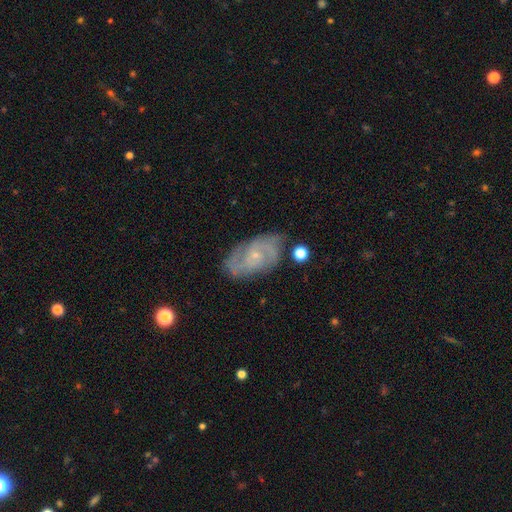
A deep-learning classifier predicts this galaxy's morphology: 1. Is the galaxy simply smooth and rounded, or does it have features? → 80% featured or disk, 13% smooth, 7% star or artifact.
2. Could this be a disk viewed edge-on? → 96% no, 4% yes.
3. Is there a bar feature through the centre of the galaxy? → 64% no, 31% weak, 5% strong.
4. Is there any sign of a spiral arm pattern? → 93% yes, 7% no.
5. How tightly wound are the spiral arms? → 45% medium, 42% tight, 13% loose.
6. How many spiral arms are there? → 62% 2, 18% can't tell, 11% 3, 3% 4, 3% 1, 3% more than 4.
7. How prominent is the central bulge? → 79% small, 15% moderate, 4% none, 1% large, 1% dominant.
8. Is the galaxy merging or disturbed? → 74% none, 18% minor disturbance, 6% major disturbance, 2% merger.